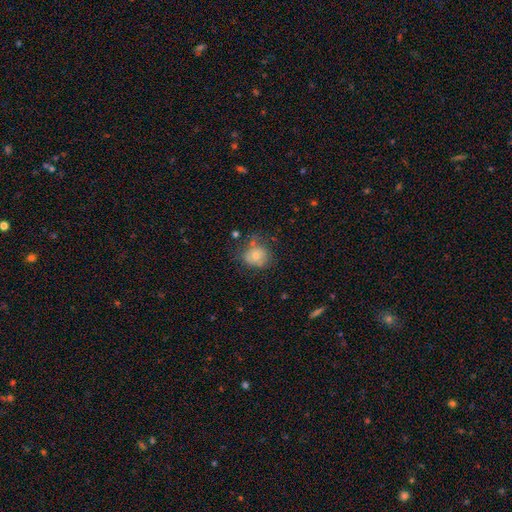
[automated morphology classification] This appears to be a smooth galaxy with no disk features (70%) that is round (66%). Merging: none (48%).